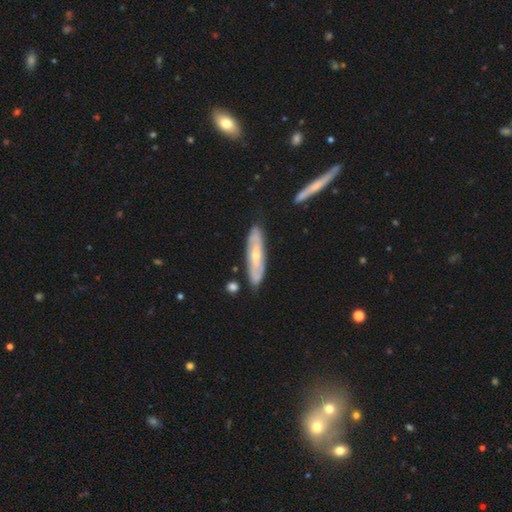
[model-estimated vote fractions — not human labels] Smooth or featured: featured or disk — 65% (smooth — 30%)
Edge-on disk: no — 66% (yes — 34%)
Merging: none — 81% (minor disturbance — 13%)